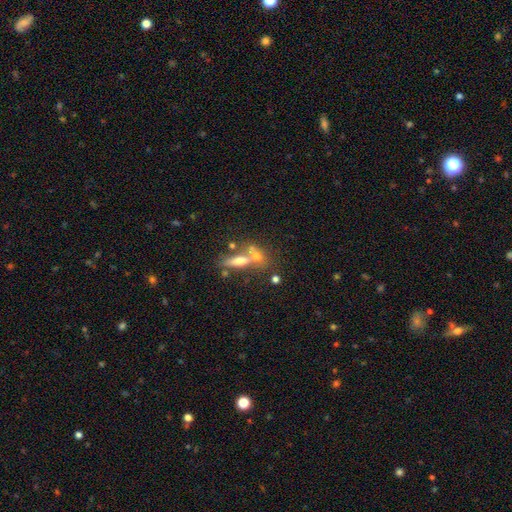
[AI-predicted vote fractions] smooth_or_featured: smooth (p=0.55) [alt: featured or disk p=0.33]
how_rounded: in between (p=0.48) [alt: cigar-shaped p=0.36]
merging: merger (p=0.43) [alt: none p=0.40]